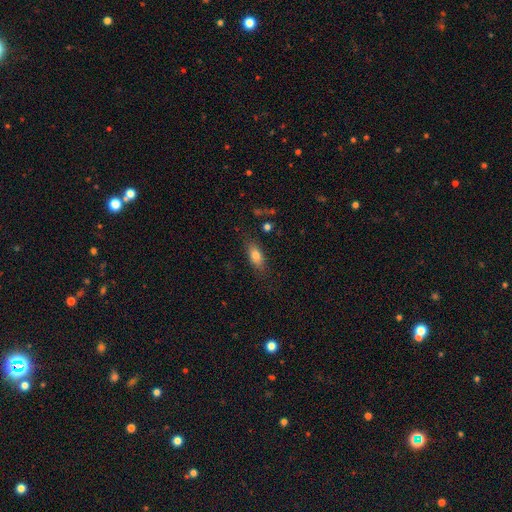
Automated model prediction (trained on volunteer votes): A smooth galaxy with no disk features (77%) that is in between round and cigar-shaped (78%). Merging: none (80%).